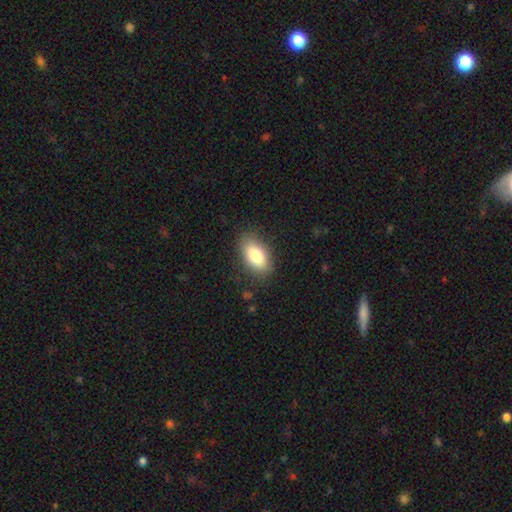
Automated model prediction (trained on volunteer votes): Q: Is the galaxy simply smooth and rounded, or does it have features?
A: smooth — 83%.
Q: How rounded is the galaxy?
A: in between — 91%.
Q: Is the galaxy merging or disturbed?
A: none — 83%.